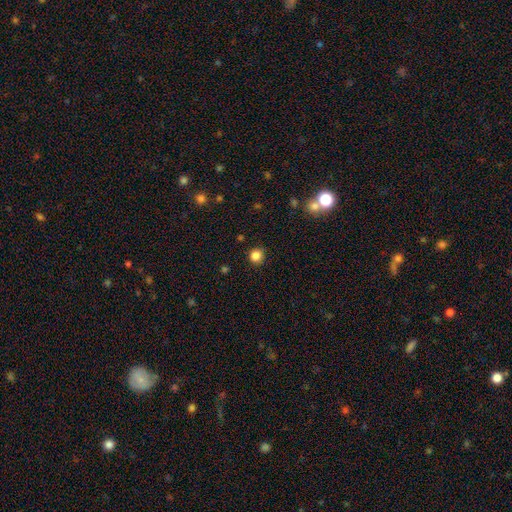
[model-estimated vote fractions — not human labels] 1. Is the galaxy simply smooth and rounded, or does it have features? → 84% smooth, 12% star or artifact, 4% featured or disk.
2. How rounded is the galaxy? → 92% round, 7% in between, 1% cigar-shaped.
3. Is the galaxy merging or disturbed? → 91% none, 6% minor disturbance, 2% major disturbance, 1% merger.